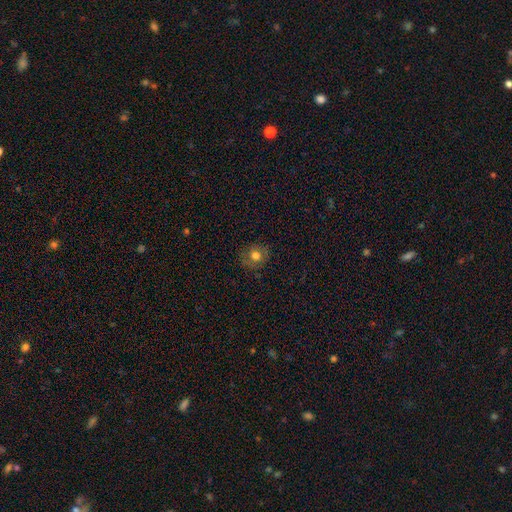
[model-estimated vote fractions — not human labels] The model was most divided on "smooth or featured": smooth: 71%, featured or disk: 16%, star or artifact: 13%. More confident: merging — none (84%); how rounded — round (84%).